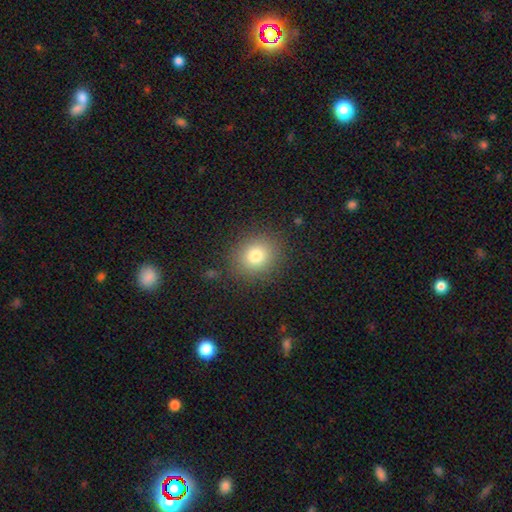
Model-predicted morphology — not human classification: smooth-or-featured: smooth: 79% | star or artifact: 12% | featured or disk: 9%
  how-rounded: round: 71% | in between: 28% | cigar-shaped: 1%
  merging: none: 86% | minor disturbance: 9% | major disturbance: 4% | merger: 1%